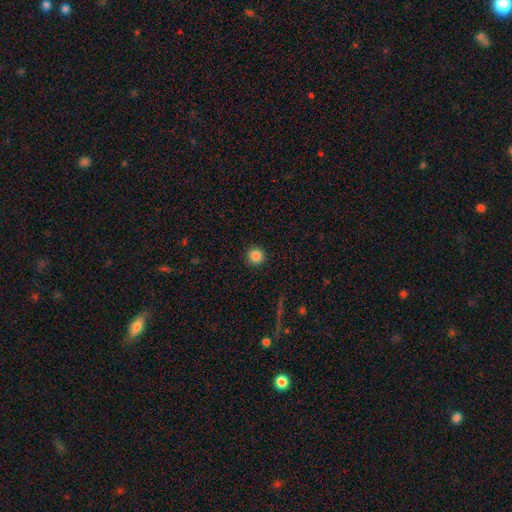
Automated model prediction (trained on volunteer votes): The model was most divided on "smooth or featured": smooth: 85%, star or artifact: 10%, featured or disk: 4%. More confident: how rounded — round (96%); merging — none (92%).